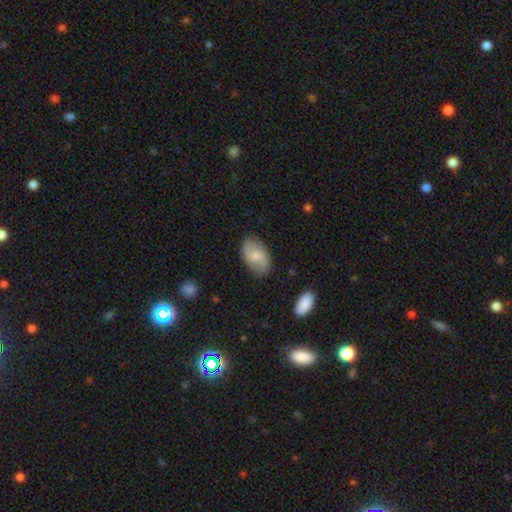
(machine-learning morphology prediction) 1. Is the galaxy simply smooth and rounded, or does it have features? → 48% smooth, 46% featured or disk, 6% star or artifact.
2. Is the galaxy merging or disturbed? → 81% none, 14% minor disturbance, 3% major disturbance, 2% merger.